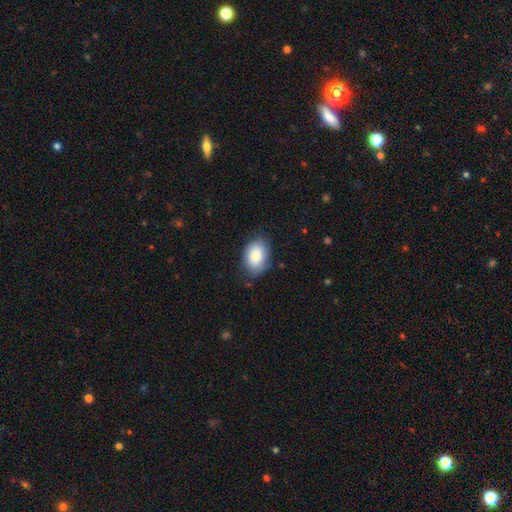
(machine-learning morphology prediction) smooth_or_featured: smooth (p=0.81) [alt: featured or disk p=0.12]
how_rounded: in between (p=0.83) [alt: round p=0.16]
merging: none (p=0.75) [alt: minor disturbance p=0.20]